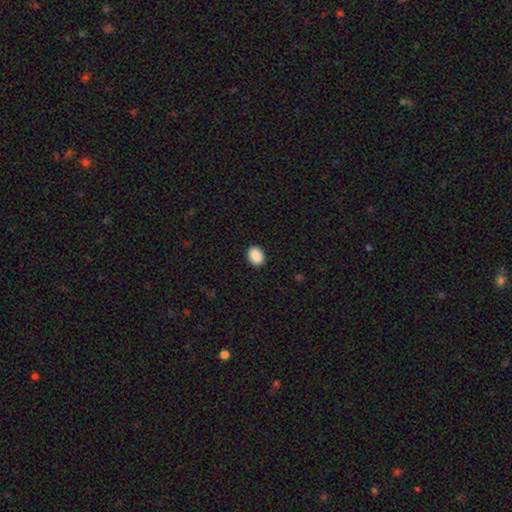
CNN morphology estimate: This is clearly a smooth galaxy (90%). How rounded: likely in between (66%). Merging: clearly none (90%).